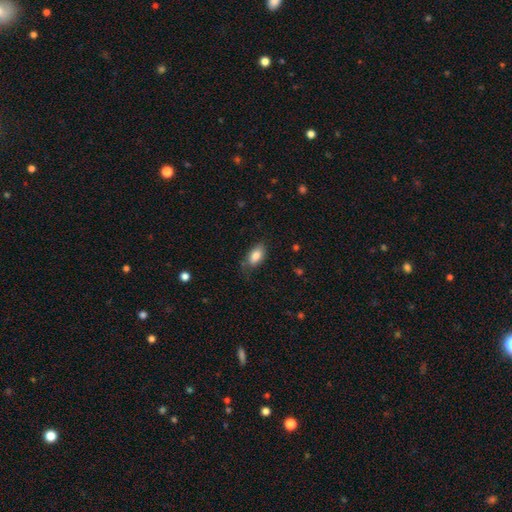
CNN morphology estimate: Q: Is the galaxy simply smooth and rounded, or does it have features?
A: smooth — 82%.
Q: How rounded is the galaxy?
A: in between — 90%.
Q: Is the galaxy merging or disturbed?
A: none — 69%.